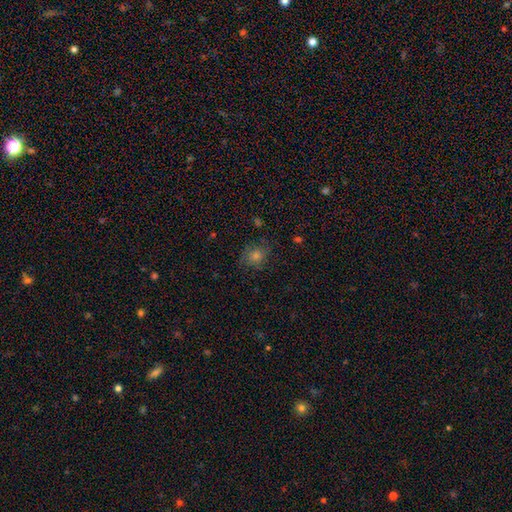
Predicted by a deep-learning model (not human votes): smooth 55%, star or artifact 27%, featured or disk 18%. Down the decision tree: how rounded — round (73%); merging — none (79%).